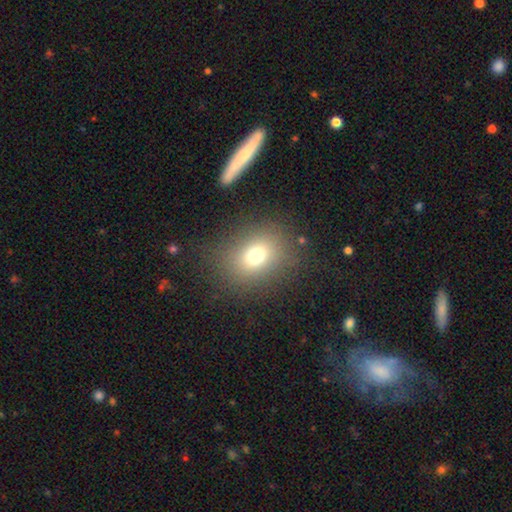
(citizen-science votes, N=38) Smooth or featured? smooth (71%)
How rounded? round (59%)
Merging? none (77%)